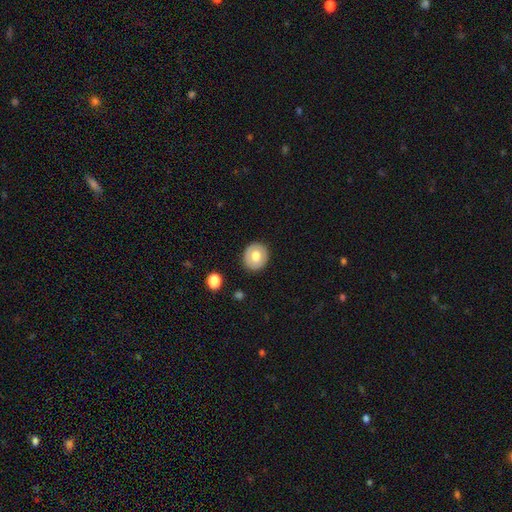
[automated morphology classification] smooth 66%, featured or disk 27%, star or artifact 7%. Down the decision tree: how rounded — round (80%); merging — none (89%).